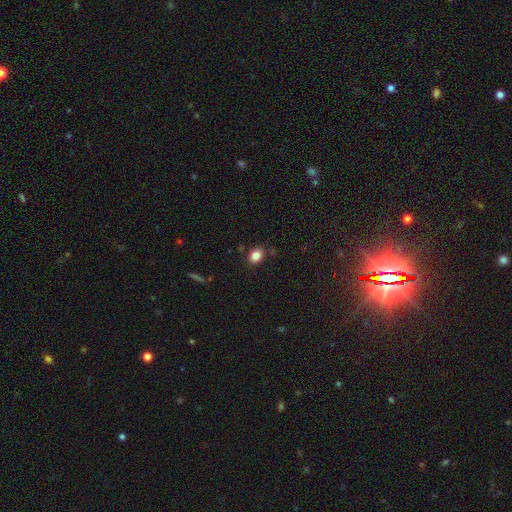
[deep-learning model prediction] Q: Smooth or featured?
A: smooth (85%); runner-up: star or artifact (10%)
Q: How rounded?
A: in between (67%); runner-up: round (32%)
Q: Merging?
A: none (83%); runner-up: minor disturbance (11%)